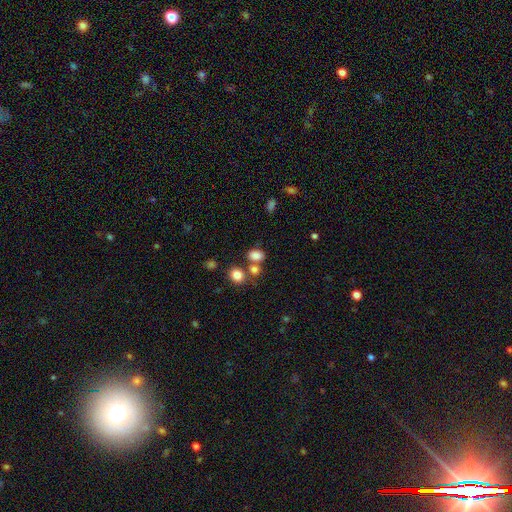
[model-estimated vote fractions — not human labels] A smooth galaxy with no disk features (81%) that is in between round and cigar-shaped (69%).

Vote fractions:
- Smooth or featured? smooth: 81% / star or artifact: 12% / featured or disk: 7%
- How rounded? in between: 69% / round: 29% / cigar-shaped: 1%
- Merging? none: 53% / merger: 29% / minor disturbance: 12% / major disturbance: 6%